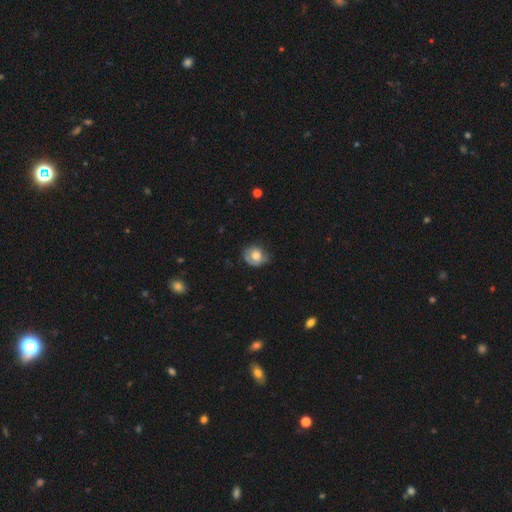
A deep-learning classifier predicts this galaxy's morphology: type=smooth (65%); roundness=round (69%); merging=none (57%).